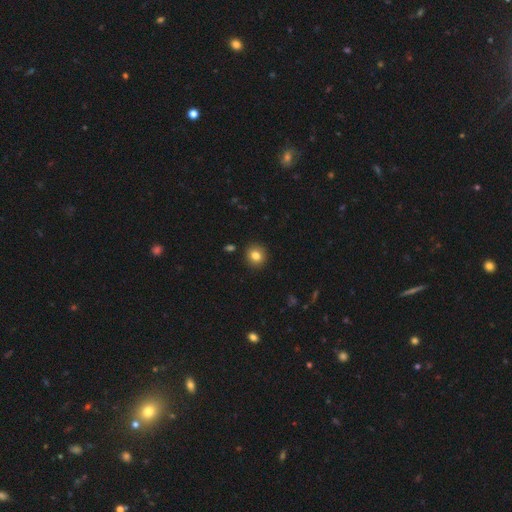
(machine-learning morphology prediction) This is clearly a smooth galaxy (81%). How rounded: clearly round (88%). Merging: clearly none (91%).